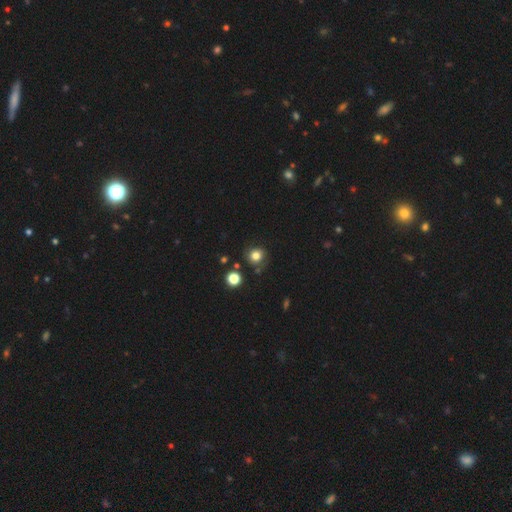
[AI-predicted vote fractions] This appears to be a smooth galaxy with no disk features (80%) that is round (87%). Merging: none (80%).